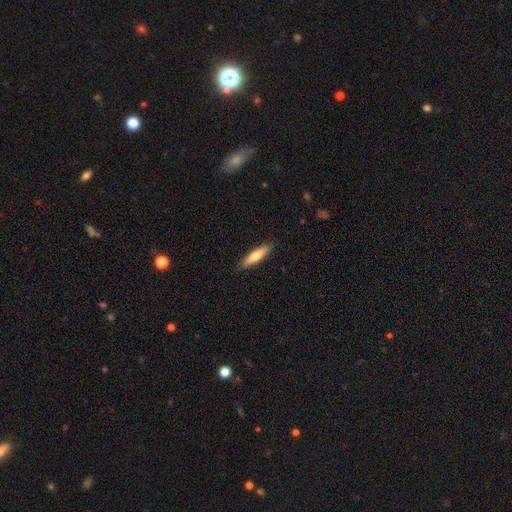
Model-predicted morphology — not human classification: This is likely a smooth galaxy (61%). How rounded: likely cigar-shaped (74%). Merging: clearly none (89%).